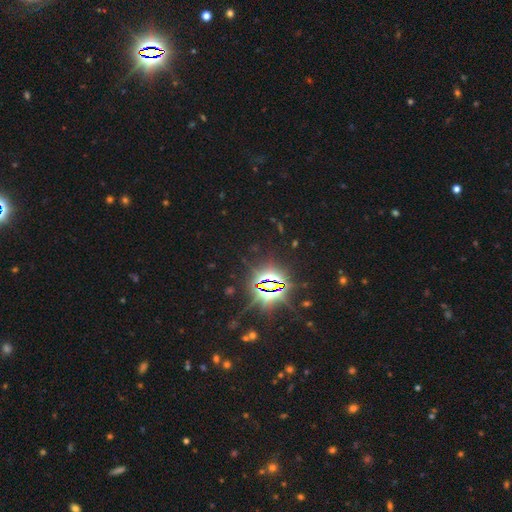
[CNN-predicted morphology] Overall: star or artifact (84%).